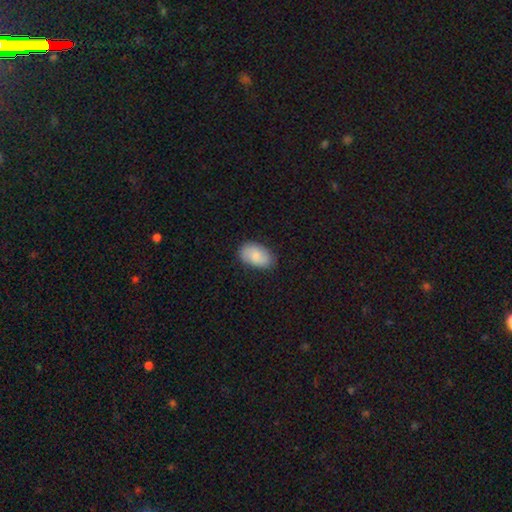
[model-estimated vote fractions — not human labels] smooth-or-featured: smooth: 72% | featured or disk: 21% | star or artifact: 6%
  how-rounded: in between: 91% | round: 8% | cigar-shaped: 1%
  merging: none: 81% | minor disturbance: 15% | major disturbance: 3% | merger: 1%